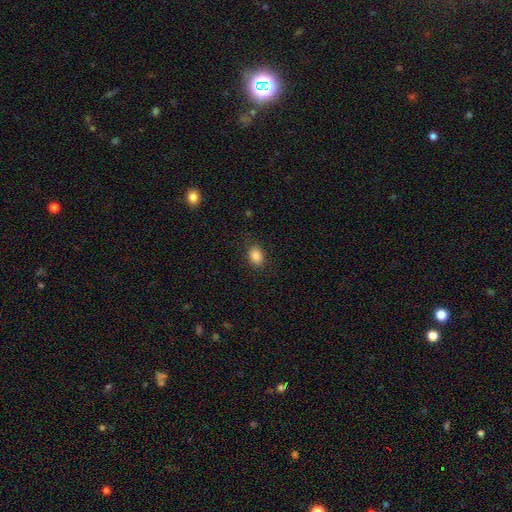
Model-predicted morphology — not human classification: smooth_or_featured: smooth (p=0.85) [alt: star or artifact p=0.10]
how_rounded: in between (p=0.66) [alt: round p=0.32]
merging: none (p=0.84) [alt: minor disturbance p=0.12]